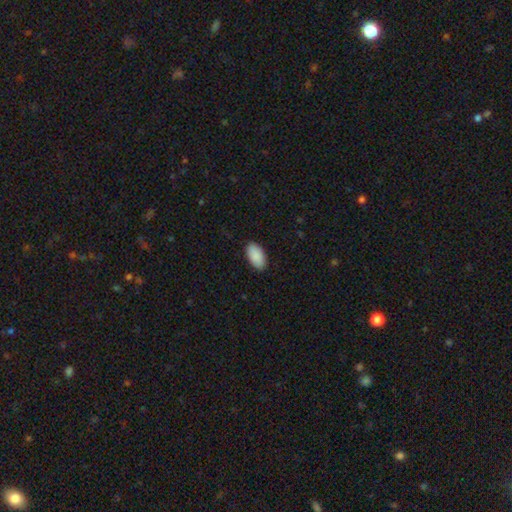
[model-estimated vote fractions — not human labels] Q: Smooth or featured?
A: smooth (91%); runner-up: star or artifact (6%)
Q: How rounded?
A: in between (96%); runner-up: round (2%)
Q: Merging?
A: none (88%); runner-up: minor disturbance (9%)